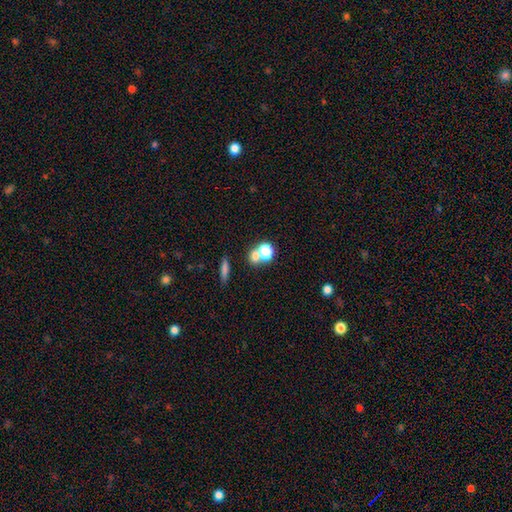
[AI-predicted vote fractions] The model was most divided on "merging": none: 46%, merger: 43%, minor disturbance: 7%, major disturbance: 4%. More confident: smooth or featured — smooth (69%); how rounded — round (68%).